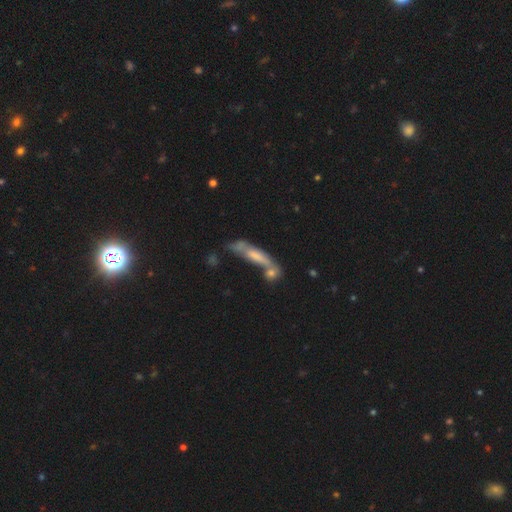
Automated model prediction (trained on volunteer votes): Morphology: type=featured or disk (47%); merging=merger (40%).